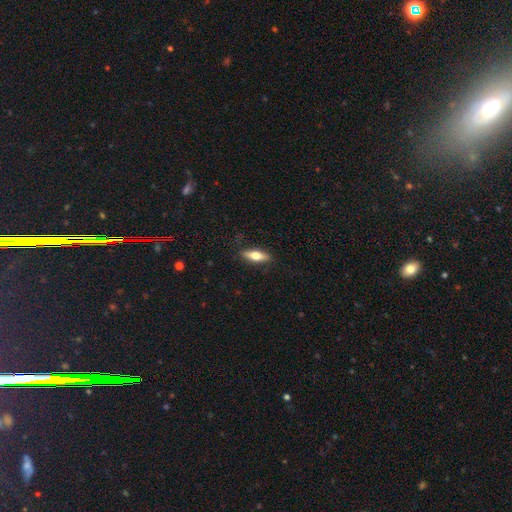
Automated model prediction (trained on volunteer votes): This is possibly a smooth galaxy (56%). How rounded: possibly cigar-shaped (49%). Merging: clearly none (87%).